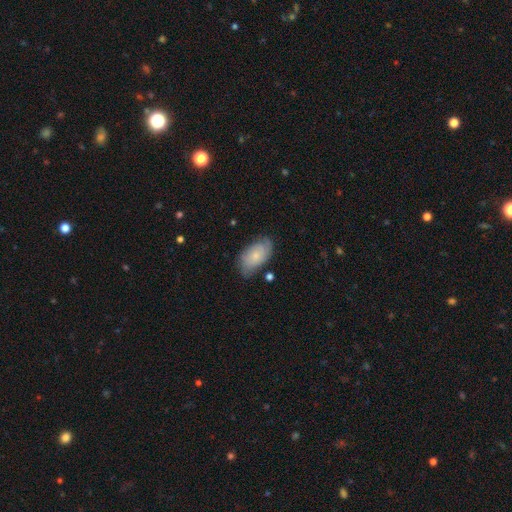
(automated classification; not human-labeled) Smooth or featured: smooth — 64% (featured or disk — 30%)
How rounded: in between — 94% (round — 4%)
Merging: none — 67% (minor disturbance — 25%)